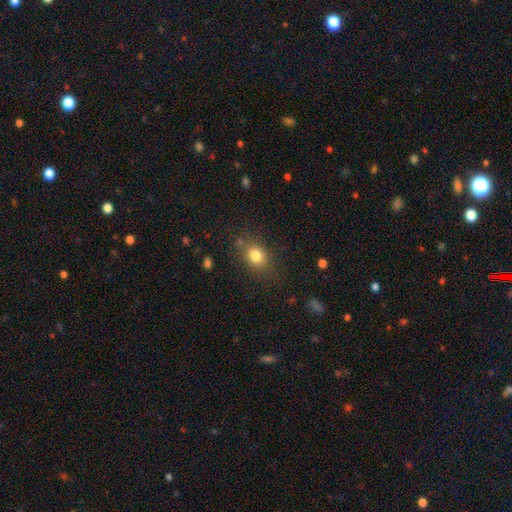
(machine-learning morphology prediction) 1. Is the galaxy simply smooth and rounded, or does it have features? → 80% smooth, 11% star or artifact, 9% featured or disk.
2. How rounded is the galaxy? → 52% in between, 47% round, 1% cigar-shaped.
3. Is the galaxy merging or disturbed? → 75% none, 15% minor disturbance, 5% major disturbance, 4% merger.